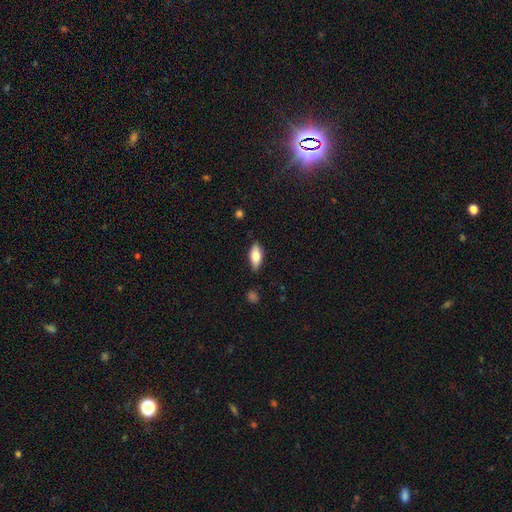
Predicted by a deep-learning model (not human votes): A smooth galaxy with no disk features (76%) that is in between round and cigar-shaped (80%). Merging: none (83%).